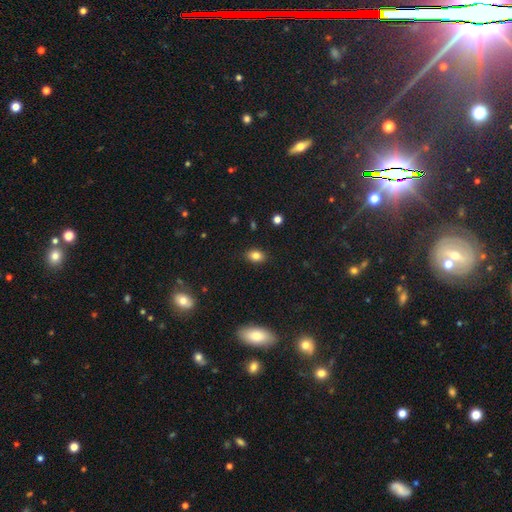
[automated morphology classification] Smooth or featured?
  - smooth: 82% *
  - star or artifact: 11%
  - featured or disk: 7%
How rounded?
  - in between: 77% *
  - round: 22%
  - cigar-shaped: 2%
Merging?
  - none: 88% *
  - minor disturbance: 9%
  - major disturbance: 2%
  - merger: 1%